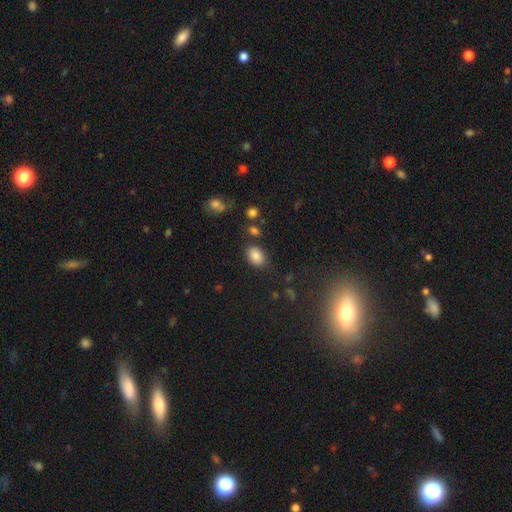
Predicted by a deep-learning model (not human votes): Smooth or featured? Predicted: smooth (p=0.84). How rounded? Predicted: in between (p=0.79). Merging? Predicted: none (p=0.78).